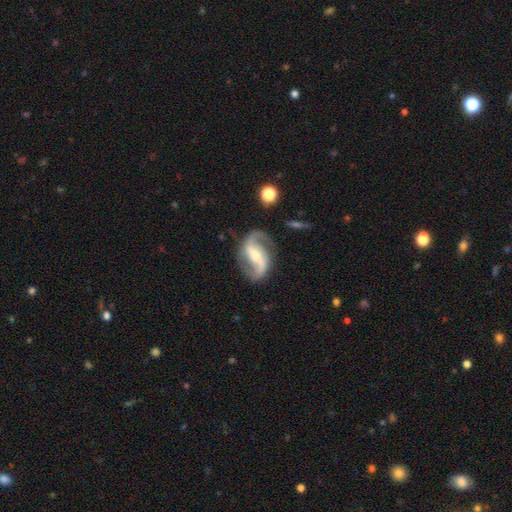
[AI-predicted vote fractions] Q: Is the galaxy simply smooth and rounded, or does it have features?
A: featured or disk — 90%.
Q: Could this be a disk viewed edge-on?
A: no — 97%.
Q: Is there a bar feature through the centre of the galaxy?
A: strong — 51%.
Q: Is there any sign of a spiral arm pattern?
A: yes — 97%.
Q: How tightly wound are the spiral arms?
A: loose — 50%.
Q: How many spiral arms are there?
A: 2 — 93%.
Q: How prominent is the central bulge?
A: moderate — 46%, tied with small.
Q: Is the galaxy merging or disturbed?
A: none — 80%.